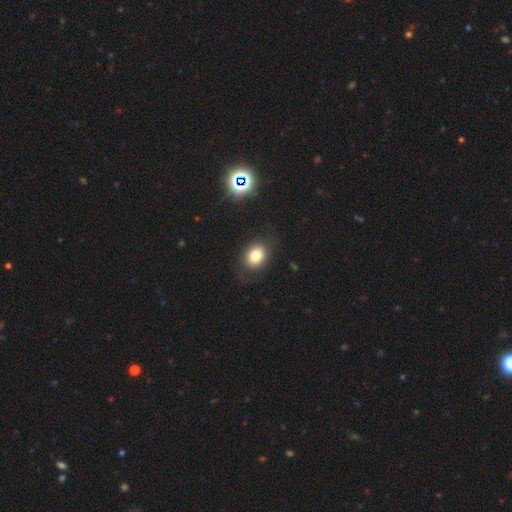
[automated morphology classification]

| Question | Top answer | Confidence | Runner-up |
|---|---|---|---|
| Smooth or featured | smooth | 80% | star or artifact (12%) |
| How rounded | in between | 54% | round (45%) |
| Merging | none | 81% | minor disturbance (12%) |